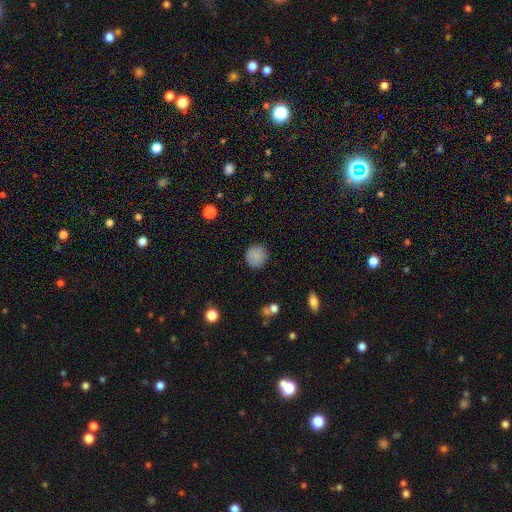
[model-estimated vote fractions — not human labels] Smooth or featured: smooth — 86% (star or artifact — 9%)
How rounded: round — 94% (in between — 5%)
Merging: none — 89% (minor disturbance — 7%)